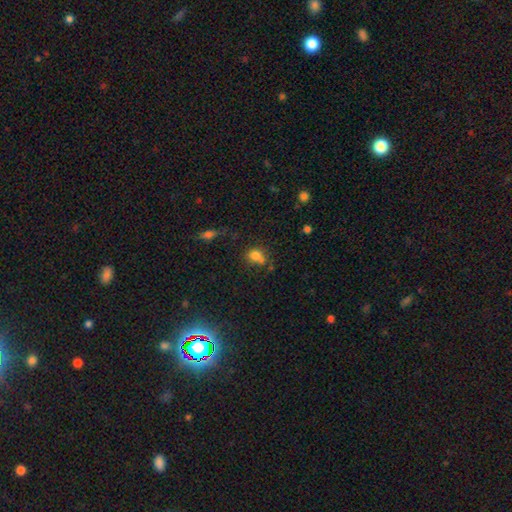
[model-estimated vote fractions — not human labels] Q: Smooth or featured?
A: smooth (78%); runner-up: star or artifact (13%)
Q: How rounded?
A: round (57%); runner-up: in between (41%)
Q: Merging?
A: none (52%); runner-up: minor disturbance (21%)